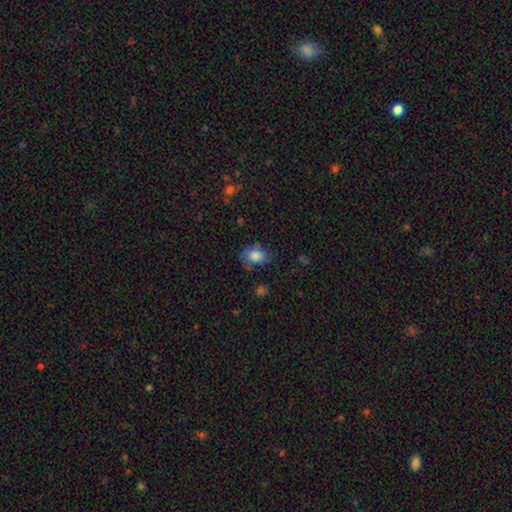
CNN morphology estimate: Smooth or featured?
  - smooth: 81% *
  - featured or disk: 10%
  - star or artifact: 9%
How rounded?
  - in between: 69% *
  - round: 30%
  - cigar-shaped: 1%
Merging?
  - none: 59% *
  - minor disturbance: 27%
  - major disturbance: 11%
  - merger: 3%